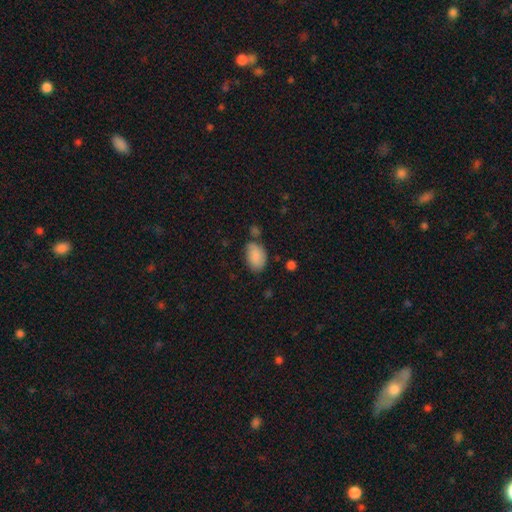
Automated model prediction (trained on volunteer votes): Smooth or featured? smooth (86%)
How rounded? in between (89%)
Merging? none (59%)